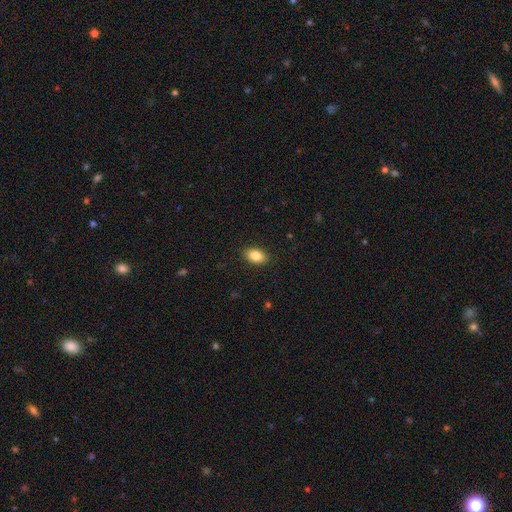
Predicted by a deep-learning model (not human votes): Smooth or featured: smooth — 84% (featured or disk — 8%)
How rounded: in between — 89% (round — 9%)
Merging: none — 89% (minor disturbance — 8%)